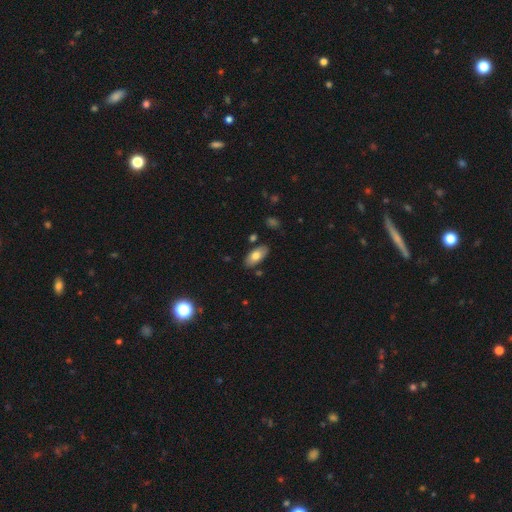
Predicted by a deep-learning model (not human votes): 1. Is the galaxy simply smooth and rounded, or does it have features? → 75% smooth, 18% featured or disk, 7% star or artifact.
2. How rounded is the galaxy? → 92% in between, 5% cigar-shaped, 3% round.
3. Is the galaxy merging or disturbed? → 83% none, 11% minor disturbance, 3% merger, 2% major disturbance.